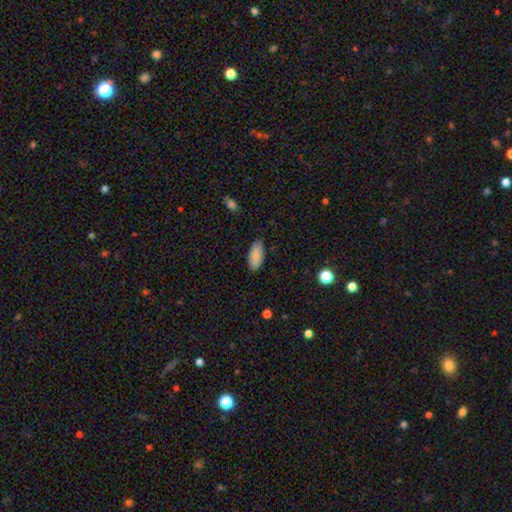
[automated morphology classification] A smooth galaxy with no disk features (84%) that is in between round and cigar-shaped (90%).

Vote fractions:
- Smooth or featured? smooth: 84% / featured or disk: 9% / star or artifact: 6%
- How rounded? in between: 90% / cigar-shaped: 8% / round: 2%
- Merging? none: 85% / minor disturbance: 12% / major disturbance: 2% / merger: 1%